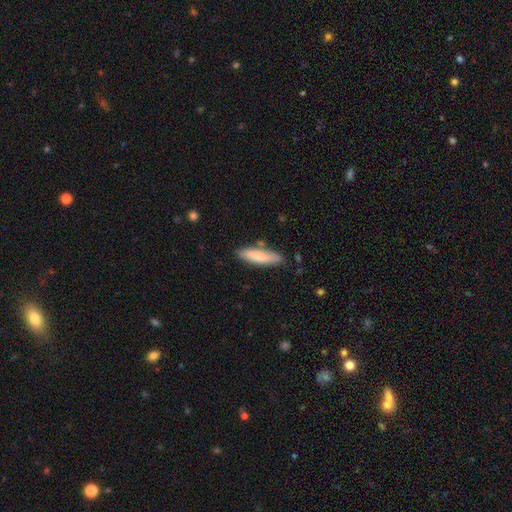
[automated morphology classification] Q: Smooth or featured?
A: smooth (75%); runner-up: featured or disk (19%)
Q: How rounded?
A: cigar-shaped (71%); runner-up: in between (28%)
Q: Merging?
A: none (81%); runner-up: minor disturbance (14%)